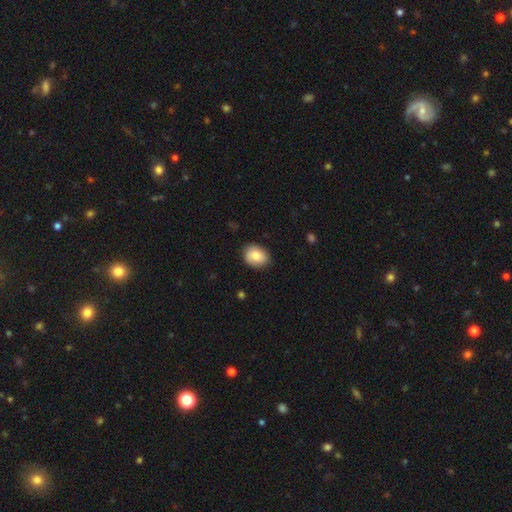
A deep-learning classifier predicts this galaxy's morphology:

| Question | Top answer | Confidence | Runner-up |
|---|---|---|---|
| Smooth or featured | smooth | 81% | featured or disk (12%) |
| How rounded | in between | 59% | round (40%) |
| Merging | none | 83% | minor disturbance (14%) |